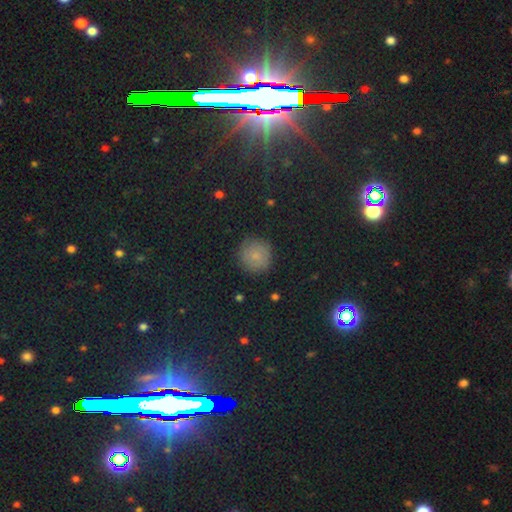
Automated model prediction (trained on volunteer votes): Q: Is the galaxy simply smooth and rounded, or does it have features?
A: smooth — 67%.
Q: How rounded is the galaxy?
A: round — 93%.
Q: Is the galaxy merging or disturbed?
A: none — 87%.